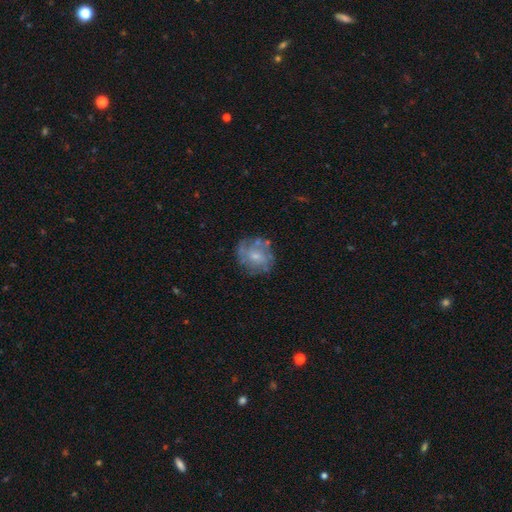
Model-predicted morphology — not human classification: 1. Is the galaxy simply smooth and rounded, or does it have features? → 51% featured or disk, 41% smooth, 8% star or artifact.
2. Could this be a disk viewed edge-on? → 97% no, 3% yes.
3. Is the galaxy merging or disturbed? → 64% none, 21% minor disturbance, 11% major disturbance, 5% merger.